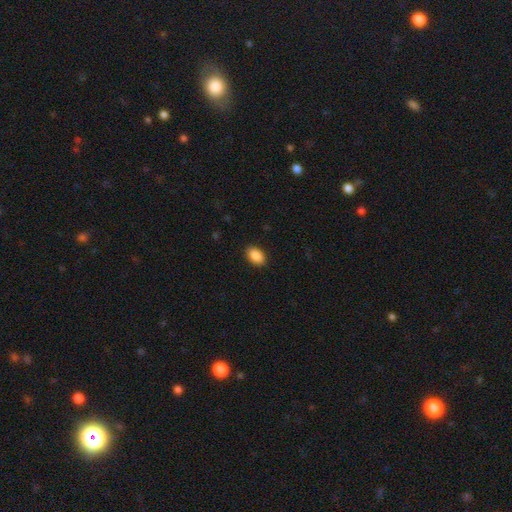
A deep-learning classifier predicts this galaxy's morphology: A smooth galaxy with no disk features (89%) that is in between round and cigar-shaped (89%).

Vote fractions:
- Smooth or featured? smooth: 89% / star or artifact: 8% / featured or disk: 3%
- How rounded? in between: 89% / round: 9% / cigar-shaped: 1%
- Merging? none: 89% / minor disturbance: 8% / major disturbance: 2% / merger: 1%